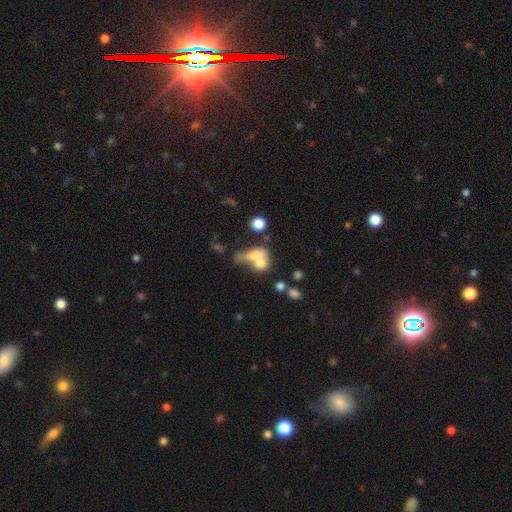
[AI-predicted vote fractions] This appears to be a smooth galaxy with no disk features (65%) that is in between round and cigar-shaped (59%). Merging: merger (62%).